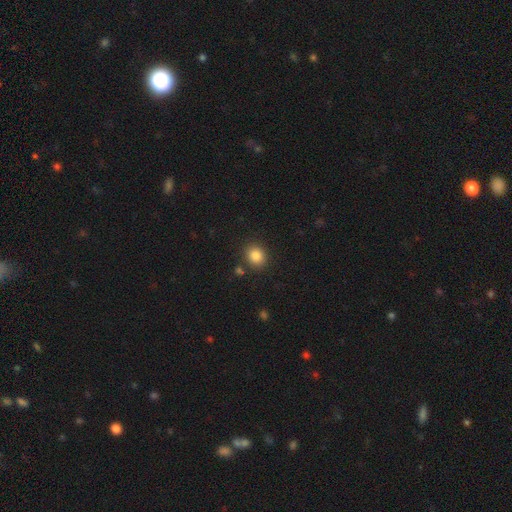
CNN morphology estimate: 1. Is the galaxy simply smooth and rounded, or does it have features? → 84% smooth, 11% star or artifact, 5% featured or disk.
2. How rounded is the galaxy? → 74% round, 26% in between, 1% cigar-shaped.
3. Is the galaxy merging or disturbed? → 84% none, 8% minor disturbance, 5% merger, 3% major disturbance.